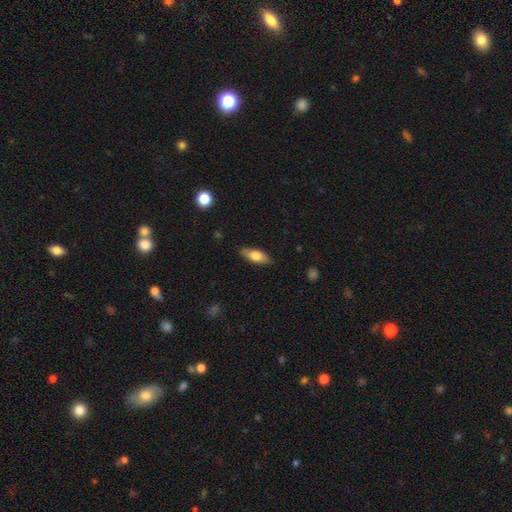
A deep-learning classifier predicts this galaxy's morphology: Smooth or featured: smooth — 72% (featured or disk — 22%)
How rounded: in between — 72% (cigar-shaped — 25%)
Merging: none — 84% (minor disturbance — 13%)